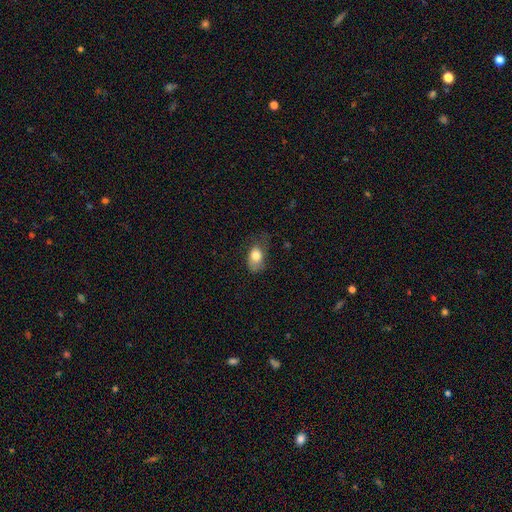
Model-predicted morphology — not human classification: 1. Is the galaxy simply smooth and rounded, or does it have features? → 78% smooth, 14% featured or disk, 8% star or artifact.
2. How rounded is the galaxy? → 81% in between, 18% round, 2% cigar-shaped.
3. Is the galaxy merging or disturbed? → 40% none, 35% minor disturbance, 23% major disturbance, 2% merger.